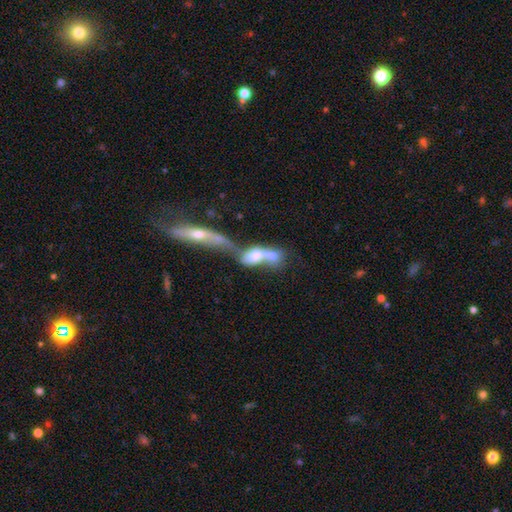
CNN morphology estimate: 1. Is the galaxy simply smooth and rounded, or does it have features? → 54% smooth, 36% featured or disk, 10% star or artifact.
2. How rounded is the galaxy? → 66% in between, 25% cigar-shaped, 9% round.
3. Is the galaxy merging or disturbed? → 77% merger, 9% major disturbance, 9% none, 5% minor disturbance.